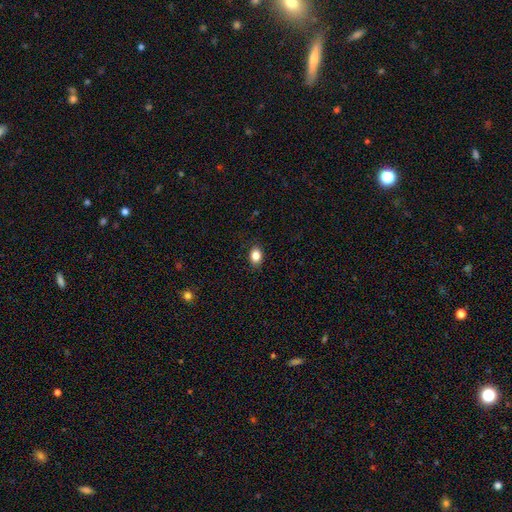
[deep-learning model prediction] smooth 84%, star or artifact 10%, featured or disk 6%. Down the decision tree: how rounded — in between (66%); merging — none (88%).